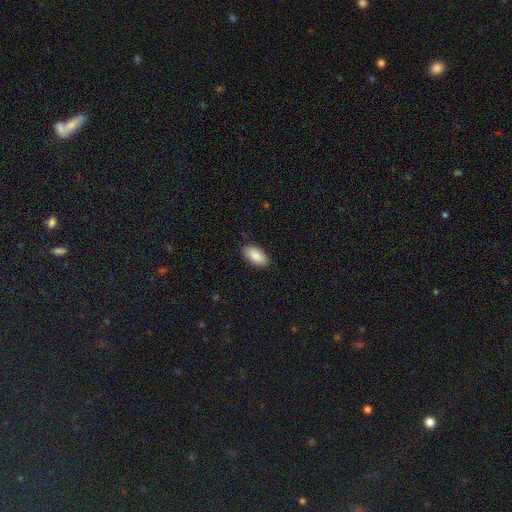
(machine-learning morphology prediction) This appears to be a smooth galaxy with no disk features (88%) that is in between round and cigar-shaped (93%). Merging: none (87%).